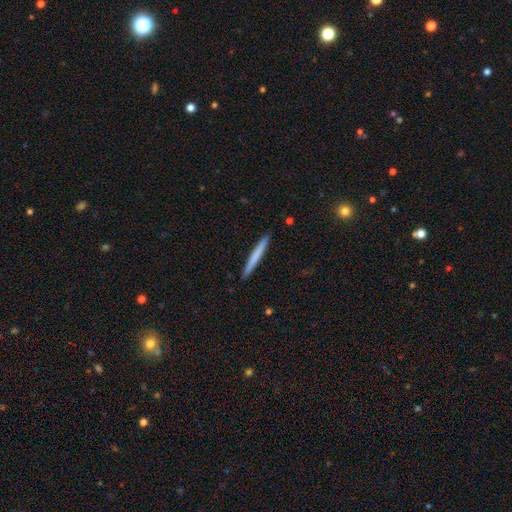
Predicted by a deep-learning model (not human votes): Smooth or featured? smooth (67%)
How rounded? cigar-shaped (97%)
Merging? none (92%)